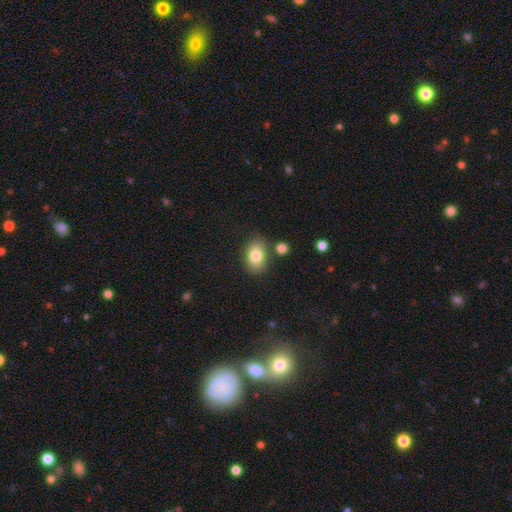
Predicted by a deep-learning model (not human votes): smooth_or_featured: smooth (p=0.81) [alt: featured or disk p=0.11]
how_rounded: in between (p=0.83) [alt: round p=0.15]
merging: none (p=0.76) [alt: minor disturbance p=0.14]